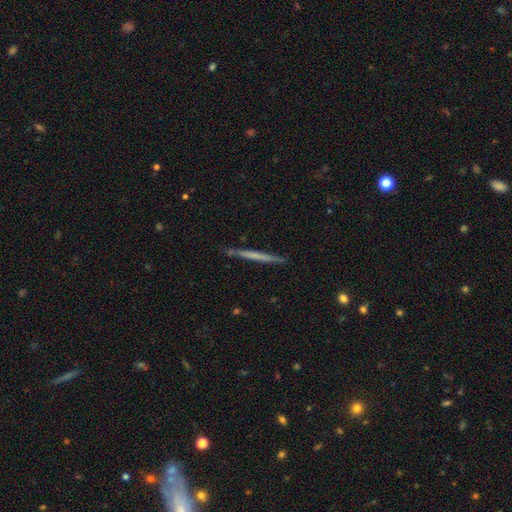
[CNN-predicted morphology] Smooth or featured: smooth — 49% (featured or disk — 46%)
Merging: none — 87% (minor disturbance — 9%)